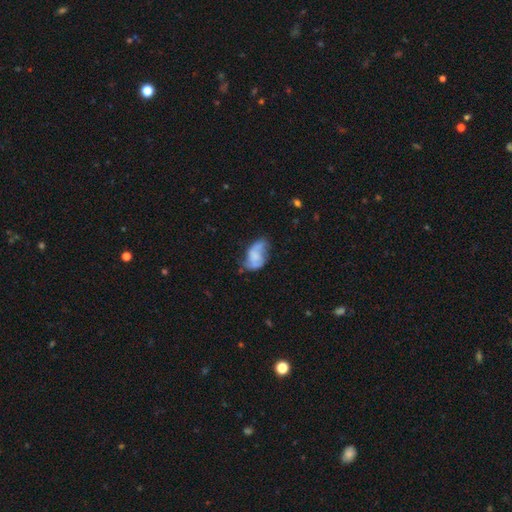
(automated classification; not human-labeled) Smooth or featured: featured or disk — 51% (smooth — 41%)
Edge-on disk: no — 97% (yes — 3%)
Merging: none — 39% (minor disturbance — 33%)